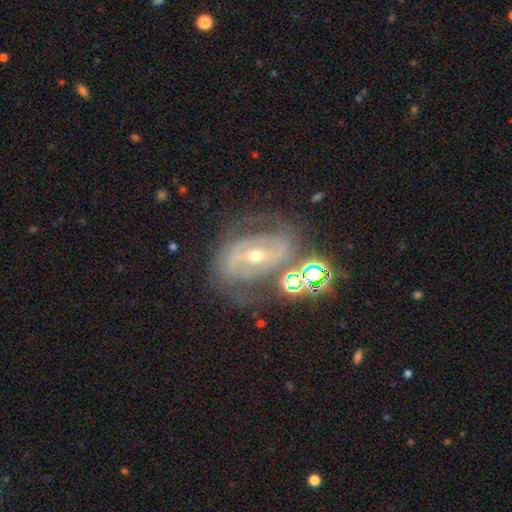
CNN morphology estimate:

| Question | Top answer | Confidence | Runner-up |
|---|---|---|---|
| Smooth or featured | featured or disk | 83% | star or artifact (9%) |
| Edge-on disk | no | 95% | yes (5%) |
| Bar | strong | 42% | weak (33%) |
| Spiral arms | yes | 87% | no (13%) |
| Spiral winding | tight | 48% | medium (39%) |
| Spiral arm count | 2 | 64% | can't tell (20%) |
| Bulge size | small | 55% | moderate (42%) |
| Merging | none | 60% | minor disturbance (19%) |